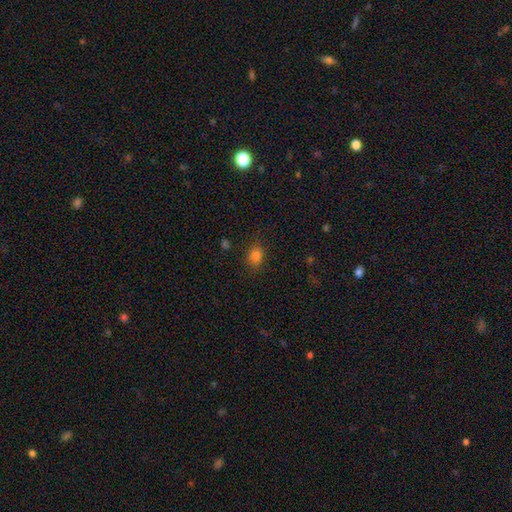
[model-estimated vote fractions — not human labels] smooth_or_featured: smooth (p=0.80) [alt: star or artifact p=0.15]
how_rounded: in between (p=0.65) [alt: round p=0.33]
merging: none (p=0.80) [alt: minor disturbance p=0.14]